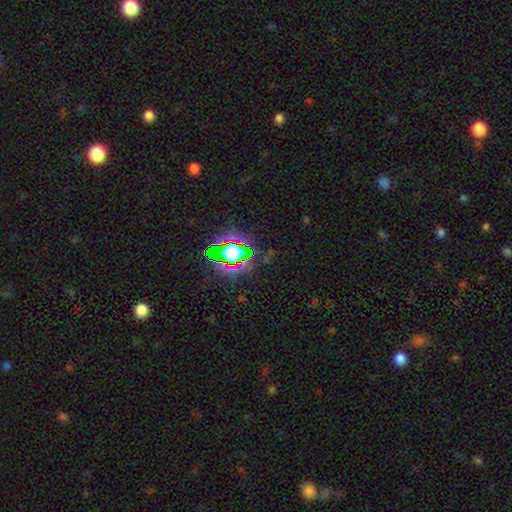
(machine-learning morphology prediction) A star or artifact, not a galaxy (80%).

Vote fractions:
- Smooth or featured? star or artifact: 80% / smooth: 12% / featured or disk: 8%